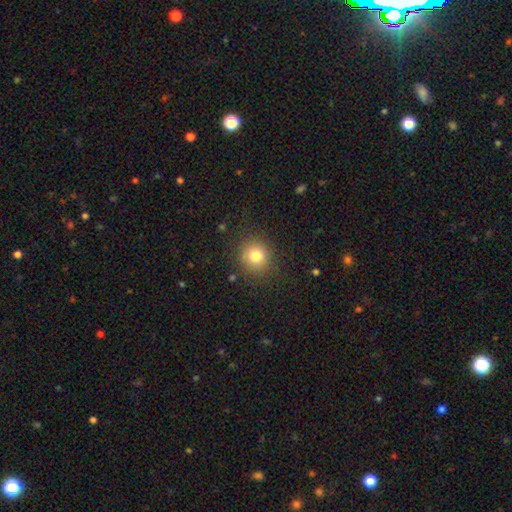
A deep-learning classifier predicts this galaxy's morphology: Smooth or featured?
  - smooth: 79% *
  - star or artifact: 12%
  - featured or disk: 9%
How rounded?
  - round: 89% *
  - in between: 10%
  - cigar-shaped: 1%
Merging?
  - none: 85% *
  - minor disturbance: 10%
  - major disturbance: 4%
  - merger: 1%